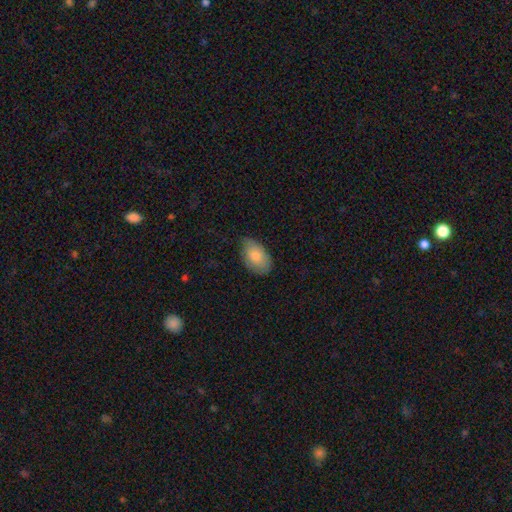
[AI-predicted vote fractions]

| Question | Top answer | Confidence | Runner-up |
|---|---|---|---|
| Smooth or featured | smooth | 81% | featured or disk (13%) |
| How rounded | in between | 93% | round (6%) |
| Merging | none | 68% | minor disturbance (26%) |